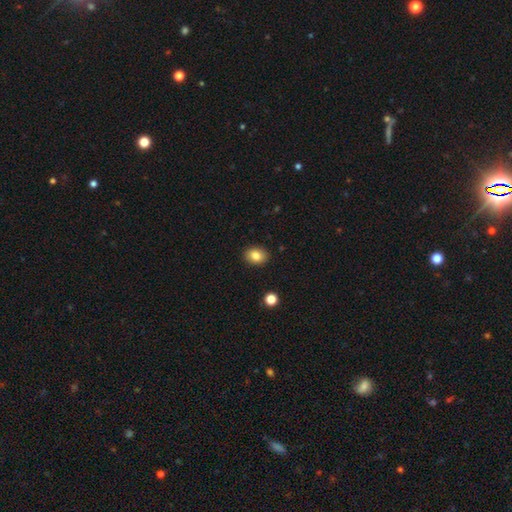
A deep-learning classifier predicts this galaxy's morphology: Overall: smooth (84%). How rounded: in between (62%; round 37%). Merging: none (89%).